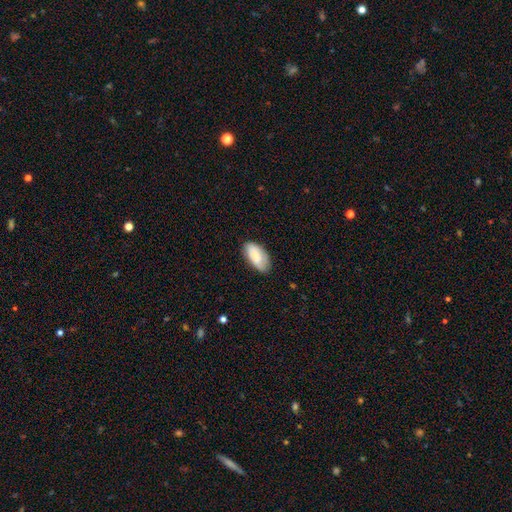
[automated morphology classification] Smooth or featured? Predicted: smooth (p=0.77). How rounded? Predicted: in between (p=0.94). Merging? Predicted: none (p=0.78).